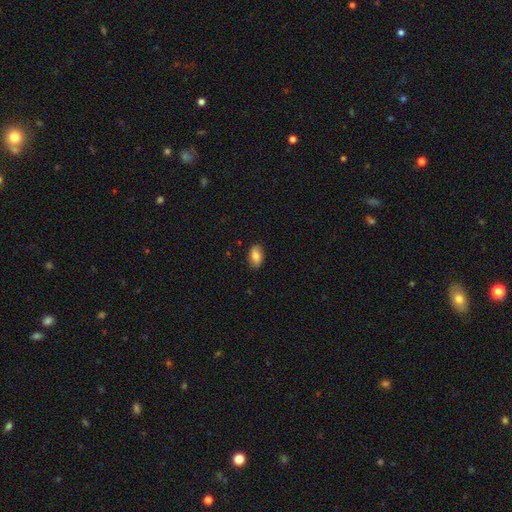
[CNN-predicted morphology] type=smooth (80%); roundness=in between (91%); merging=none (85%).